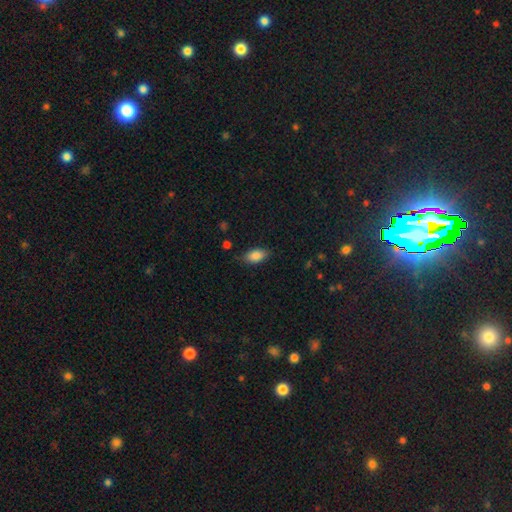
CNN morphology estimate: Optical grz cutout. It shows a smooth galaxy with no disk features (87%) that is in between round and cigar-shaped (91%). Merging: none (80%).